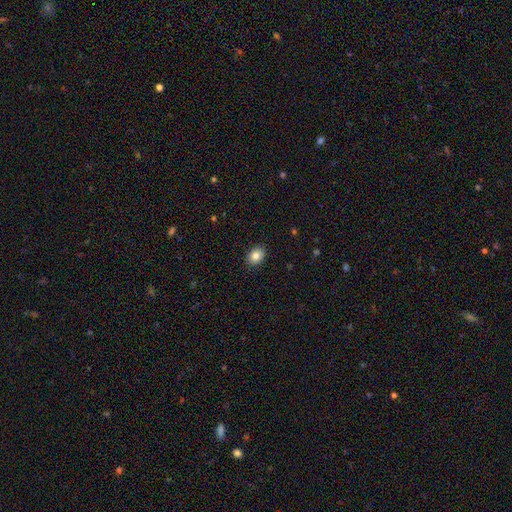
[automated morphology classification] type=smooth (84%); roundness=in between (69%); merging=none (89%).